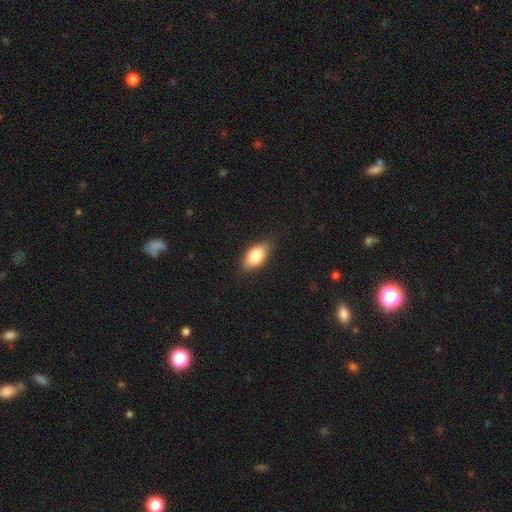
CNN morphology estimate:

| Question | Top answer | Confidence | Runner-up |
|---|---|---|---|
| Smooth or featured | smooth | 84% | featured or disk (10%) |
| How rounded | in between | 91% | cigar-shaped (5%) |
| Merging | none | 80% | minor disturbance (15%) |